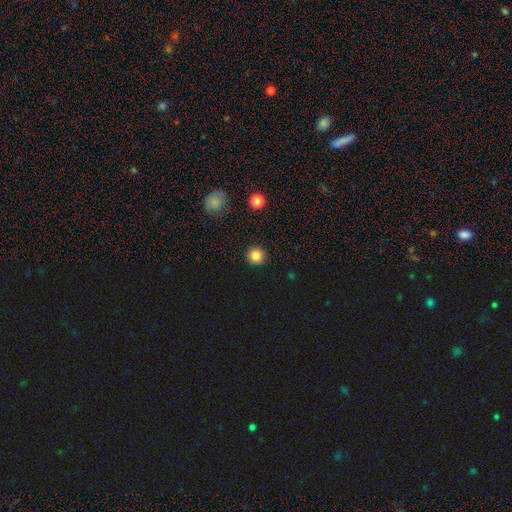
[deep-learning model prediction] smooth-or-featured: smooth: 85% | star or artifact: 11% | featured or disk: 4%
  how-rounded: round: 95% | in between: 4% | cigar-shaped: 1%
  merging: none: 92% | minor disturbance: 5% | major disturbance: 2% | merger: 1%